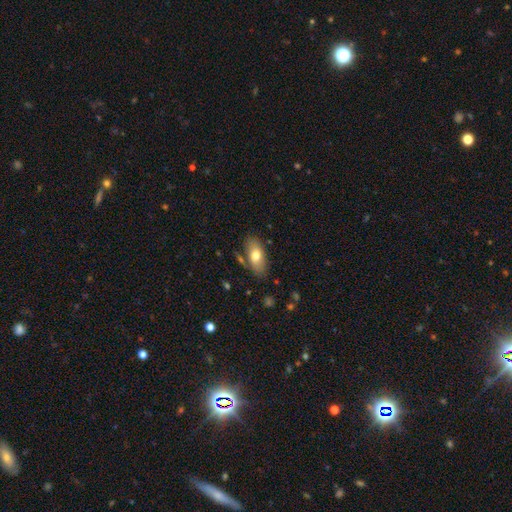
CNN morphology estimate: Smooth or featured? smooth (73%)
How rounded? in between (88%)
Merging? none (77%)